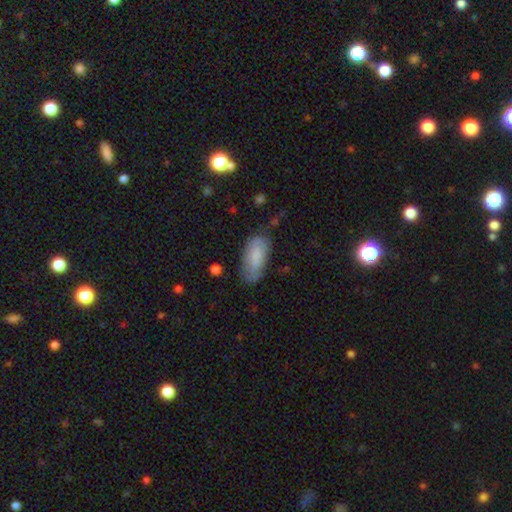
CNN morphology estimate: Q: Smooth or featured?
A: smooth (77%); runner-up: featured or disk (17%)
Q: How rounded?
A: in between (87%); runner-up: cigar-shaped (11%)
Q: Merging?
A: none (62%); runner-up: minor disturbance (28%)